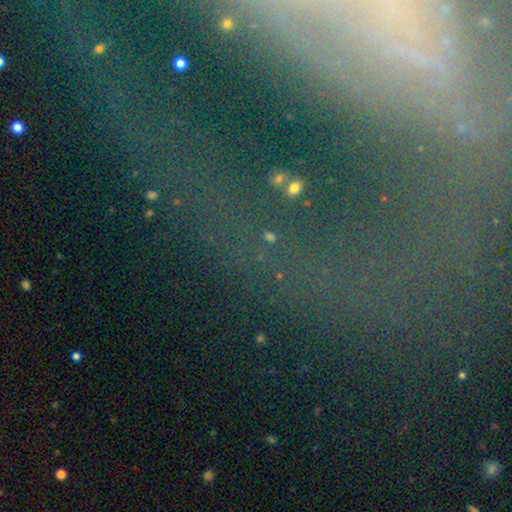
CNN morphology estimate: smooth_or_featured: star or artifact (p=0.52) [alt: featured or disk p=0.29]